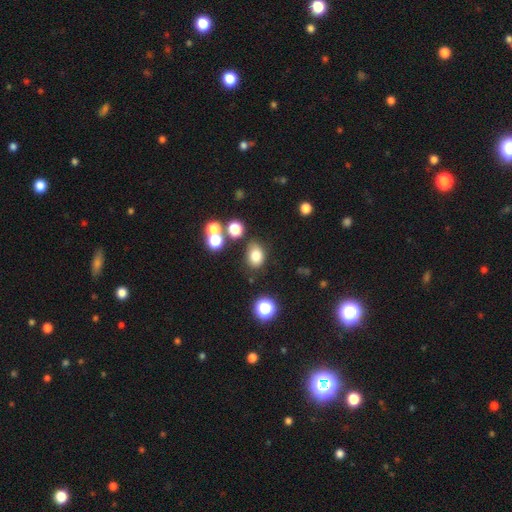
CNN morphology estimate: Overall: smooth (79%). How rounded: in between (65%; round 34%). Merging: none (74%).